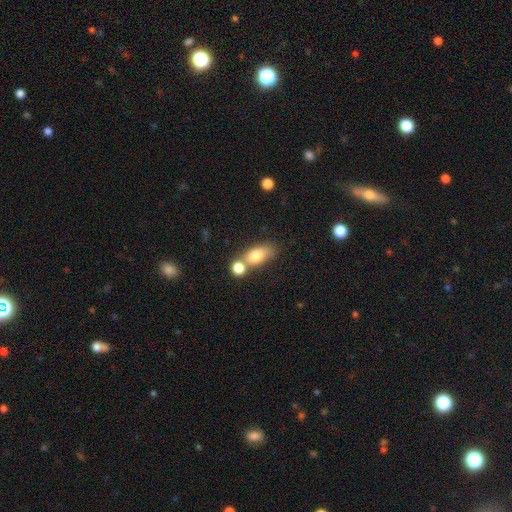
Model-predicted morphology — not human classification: Q: Smooth or featured?
A: smooth (76%); runner-up: featured or disk (15%)
Q: How rounded?
A: in between (75%); runner-up: round (16%)
Q: Merging?
A: none (44%); runner-up: merger (35%)